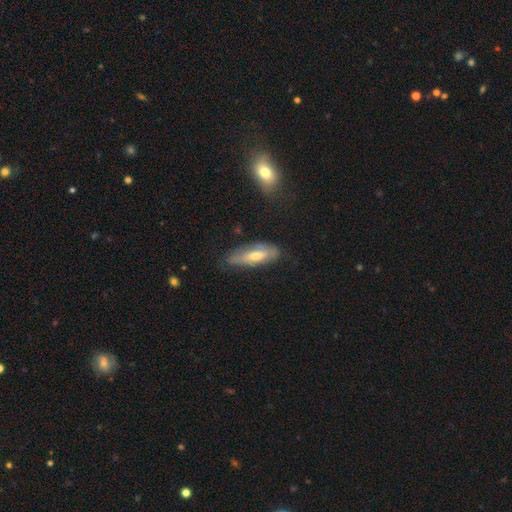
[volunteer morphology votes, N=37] smooth-or-featured: smooth: 54% | featured or disk: 41% | star or artifact: 5%
  how-rounded: in between: 70% | cigar-shaped: 30% | round: 0%
  merging: none: 71% | minor disturbance: 29% | major disturbance: 0% | merger: 0%